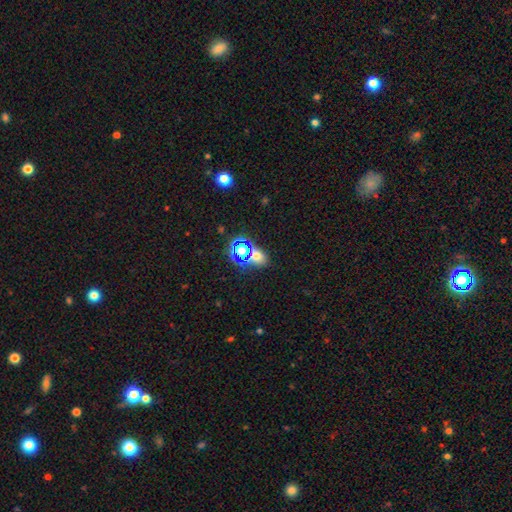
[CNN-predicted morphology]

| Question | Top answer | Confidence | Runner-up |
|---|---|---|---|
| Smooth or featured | smooth | 52% | star or artifact (39%) |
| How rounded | in between | 53% | round (45%) |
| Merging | none | 68% | merger (15%) |